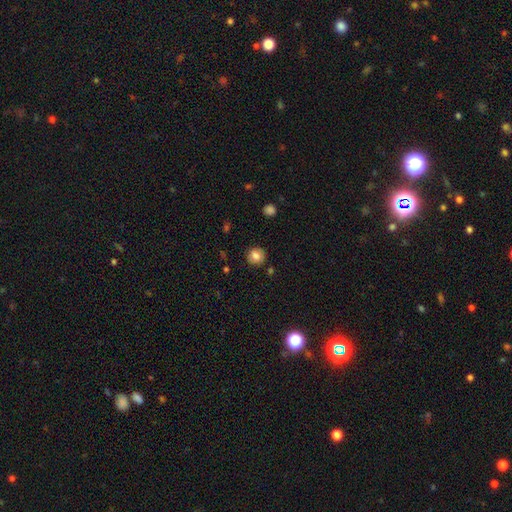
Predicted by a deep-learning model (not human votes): Q: Smooth or featured?
A: smooth (80%); runner-up: star or artifact (10%)
Q: How rounded?
A: round (88%); runner-up: in between (11%)
Q: Merging?
A: none (87%); runner-up: minor disturbance (8%)